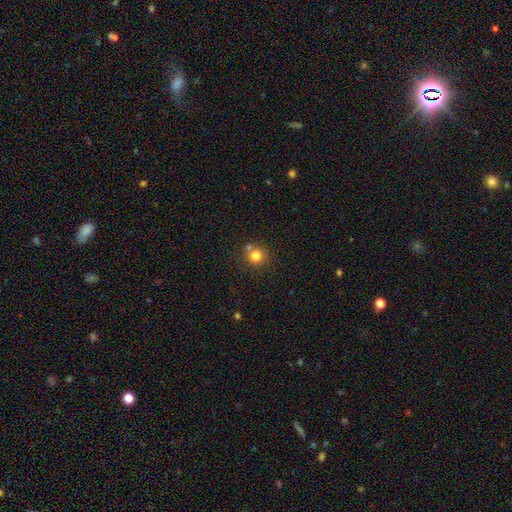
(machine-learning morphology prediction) Smooth or featured? smooth (79%)
How rounded? round (92%)
Merging? none (69%)